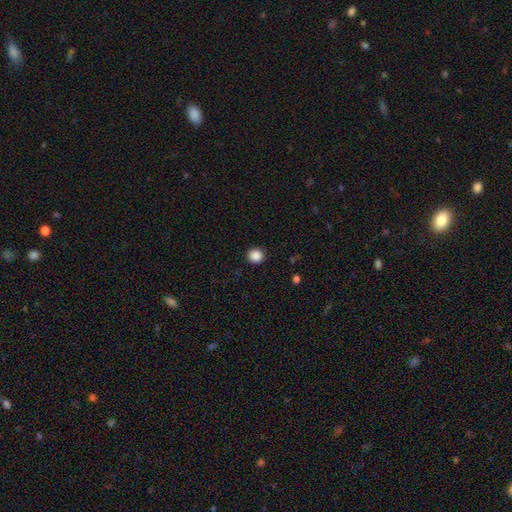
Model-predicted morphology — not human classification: Smooth or featured: smooth — 88% (star or artifact — 10%)
How rounded: round — 93% (in between — 6%)
Merging: none — 92% (minor disturbance — 5%)